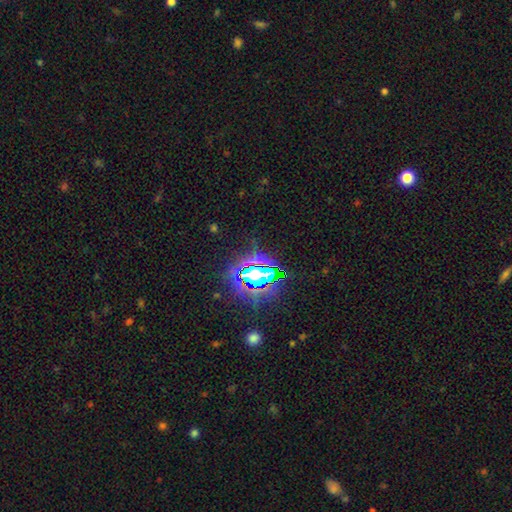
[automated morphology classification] Smooth or featured? star or artifact (81%)